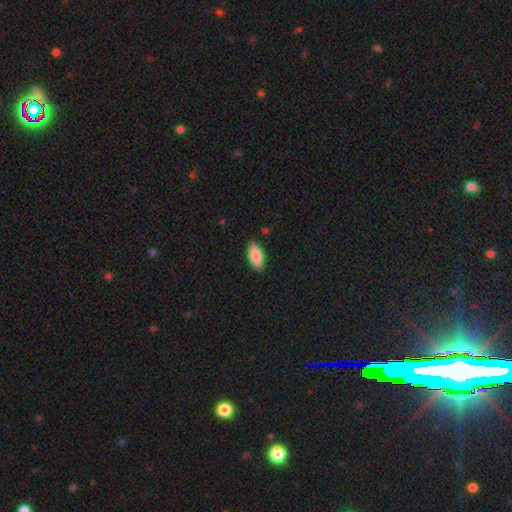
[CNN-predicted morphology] A smooth galaxy with no disk features (86%) that is in between round and cigar-shaped (90%).

Vote fractions:
- Smooth or featured? smooth: 86% / featured or disk: 8% / star or artifact: 6%
- How rounded? in between: 90% / cigar-shaped: 8% / round: 2%
- Merging? none: 87% / minor disturbance: 10% / major disturbance: 2% / merger: 1%